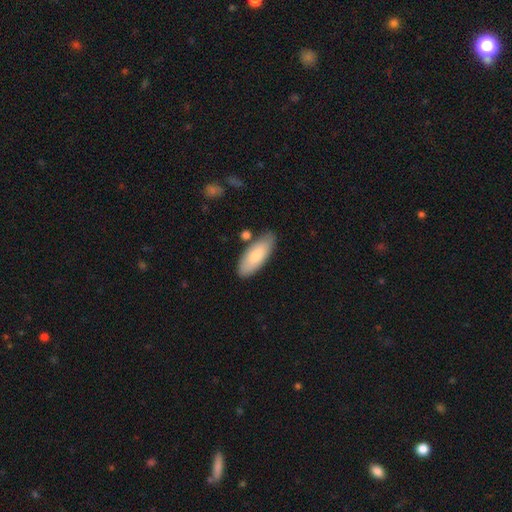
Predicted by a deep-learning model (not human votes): Smooth or featured: smooth — 81% (featured or disk — 13%)
How rounded: in between — 76% (cigar-shaped — 22%)
Merging: none — 77% (minor disturbance — 14%)